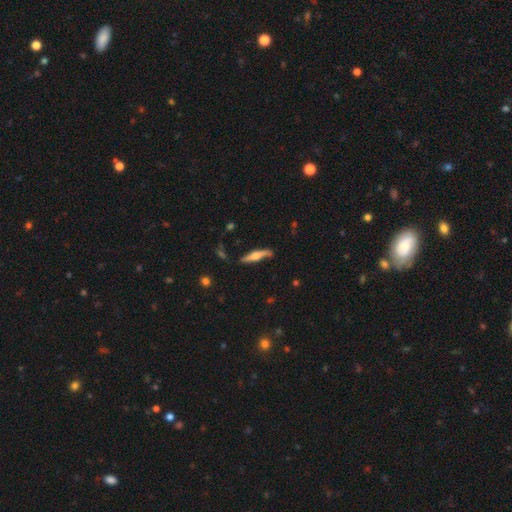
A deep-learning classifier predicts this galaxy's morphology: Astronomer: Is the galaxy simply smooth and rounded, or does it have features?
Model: featured or disk — 62%.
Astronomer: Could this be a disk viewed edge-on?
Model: yes — 93%.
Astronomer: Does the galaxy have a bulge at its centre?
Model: rounded — 90%.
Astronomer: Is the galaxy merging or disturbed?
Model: none — 78%.